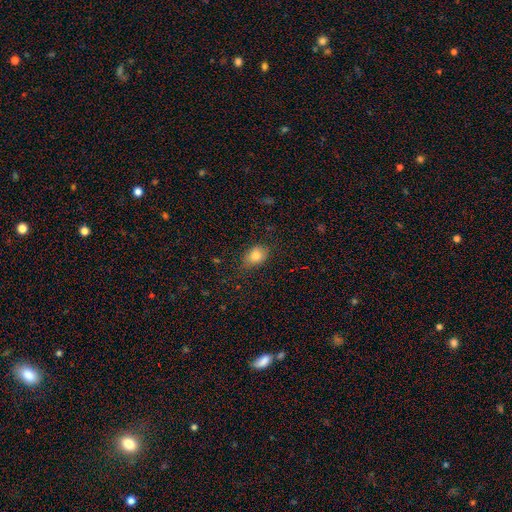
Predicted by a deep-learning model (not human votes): smooth 82%, star or artifact 9%, featured or disk 8%. Down the decision tree: how rounded — in between (67%); merging — none (73%).